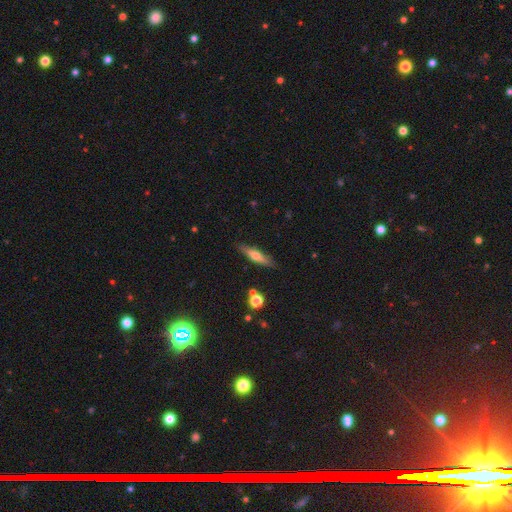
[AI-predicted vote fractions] This appears to be a featured or disk galaxy (52%) viewed edge-on (92%). Merging: none (87%).